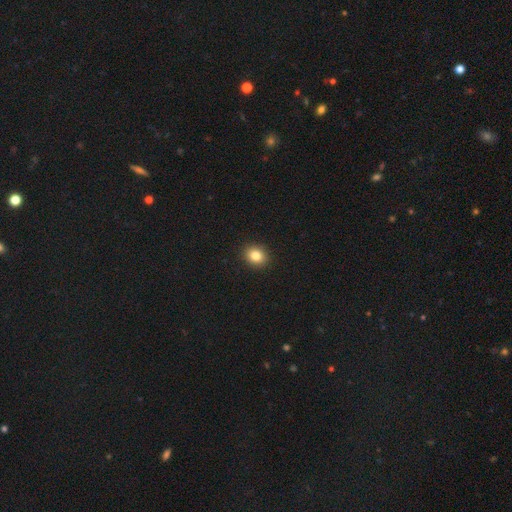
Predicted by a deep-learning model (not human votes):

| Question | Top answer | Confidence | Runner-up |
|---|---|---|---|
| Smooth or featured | smooth | 83% | star or artifact (10%) |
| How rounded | round | 65% | in between (35%) |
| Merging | none | 92% | minor disturbance (6%) |